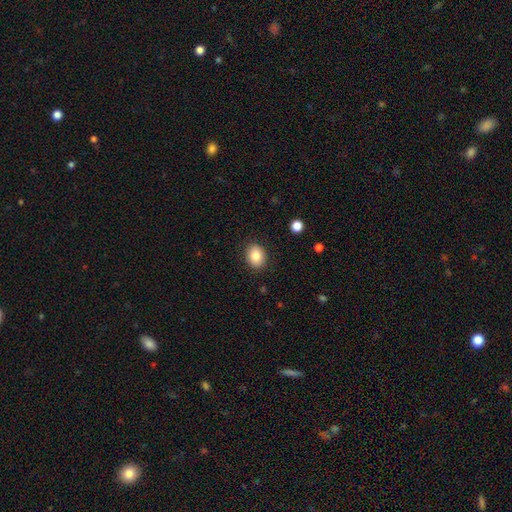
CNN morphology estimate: Smooth or featured: smooth — 85% (star or artifact — 8%)
How rounded: in between — 56% (round — 43%)
Merging: none — 89% (minor disturbance — 8%)